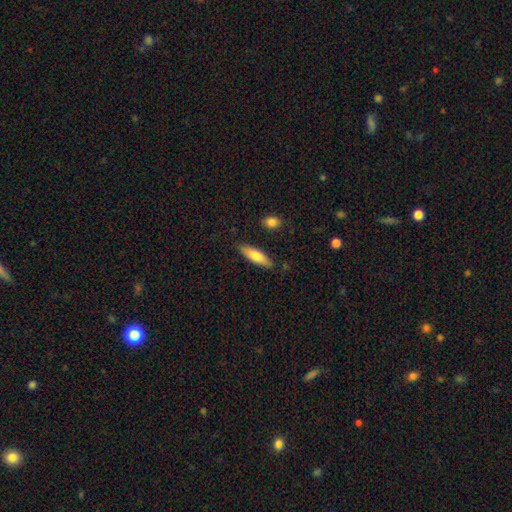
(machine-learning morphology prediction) The model was most divided on "how rounded": cigar-shaped: 57%, in between: 41%, round: 2%. More confident: merging — none (84%); smooth or featured — smooth (76%).